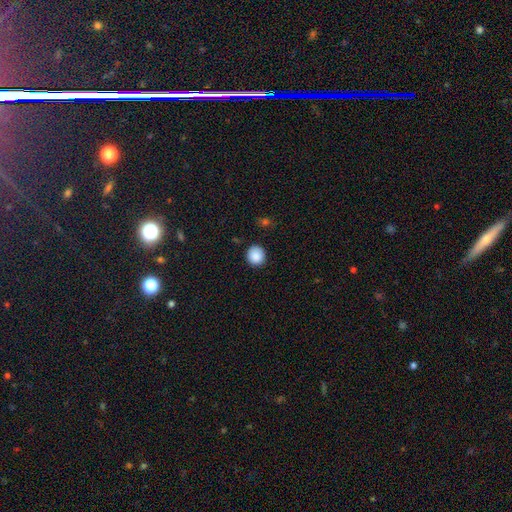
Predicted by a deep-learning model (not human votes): Smooth or featured: smooth — 88% (star or artifact — 9%)
How rounded: round — 91% (in between — 8%)
Merging: none — 89% (minor disturbance — 8%)